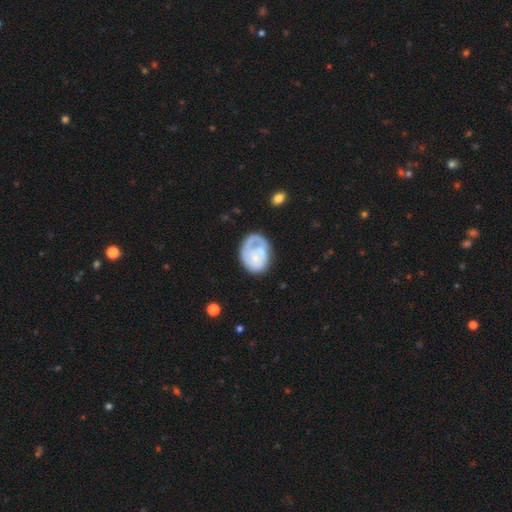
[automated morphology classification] The model was most divided on "smooth or featured": featured or disk: 51%, smooth: 43%, star or artifact: 6%. Remaining: edge-on disk — no (97%); merging — none (46%).